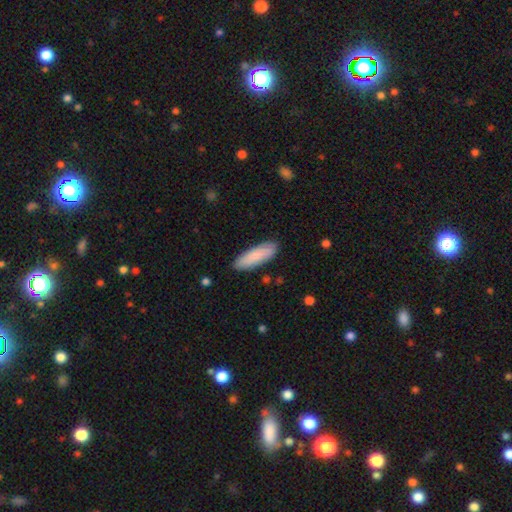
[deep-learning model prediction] The model was most divided on "how rounded": cigar-shaped: 52%, in between: 46%, round: 1%. More confident: merging — none (88%); smooth or featured — smooth (85%).